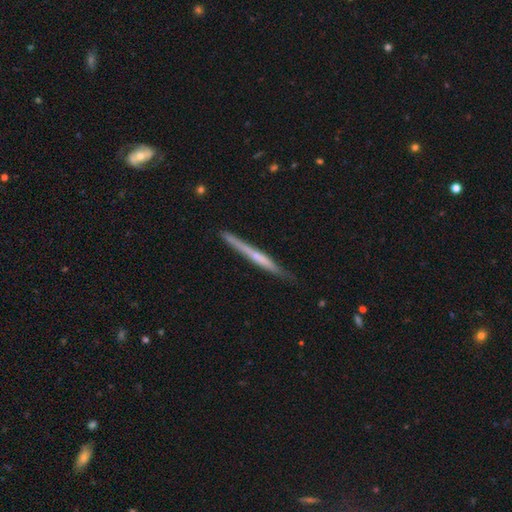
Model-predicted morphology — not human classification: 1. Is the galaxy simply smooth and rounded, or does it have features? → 58% featured or disk, 36% smooth, 6% star or artifact.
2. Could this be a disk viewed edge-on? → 97% yes, 3% no.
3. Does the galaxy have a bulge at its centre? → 72% none, 21% rounded, 6% boxy.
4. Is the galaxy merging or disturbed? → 84% none, 12% minor disturbance, 2% major disturbance, 2% merger.